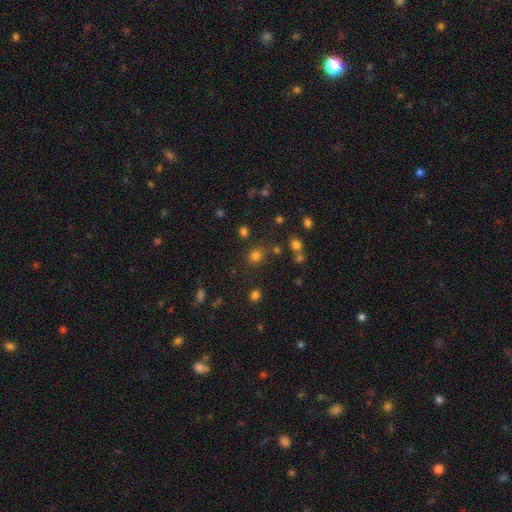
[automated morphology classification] Smooth or featured?
  - smooth: 73% *
  - star or artifact: 21%
  - featured or disk: 6%
How rounded?
  - round: 82% *
  - in between: 17%
  - cigar-shaped: 1%
Merging?
  - none: 80% *
  - minor disturbance: 9%
  - merger: 6%
  - major disturbance: 4%